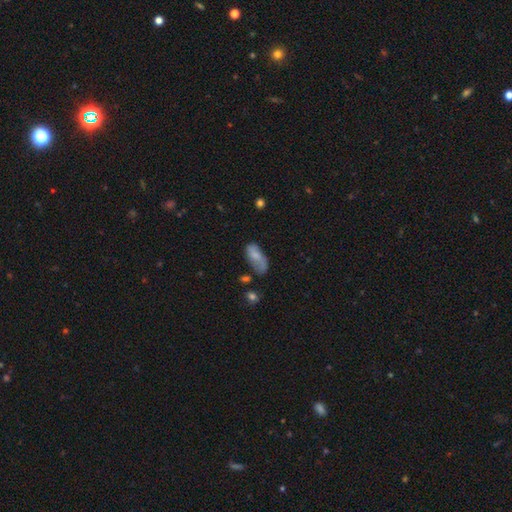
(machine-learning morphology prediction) This appears to be a smooth galaxy with no disk features (71%) that is in between round and cigar-shaped (87%). Merging: none (41%).